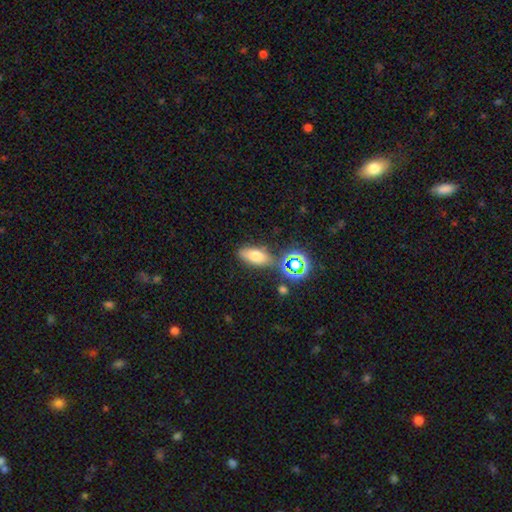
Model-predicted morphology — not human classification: A smooth galaxy with no disk features (66%) that is in between round and cigar-shaped (76%).

Vote fractions:
- Smooth or featured? smooth: 66% / star or artifact: 18% / featured or disk: 15%
- How rounded? in between: 76% / cigar-shaped: 14% / round: 10%
- Merging? none: 73% / minor disturbance: 14% / merger: 8% / major disturbance: 5%